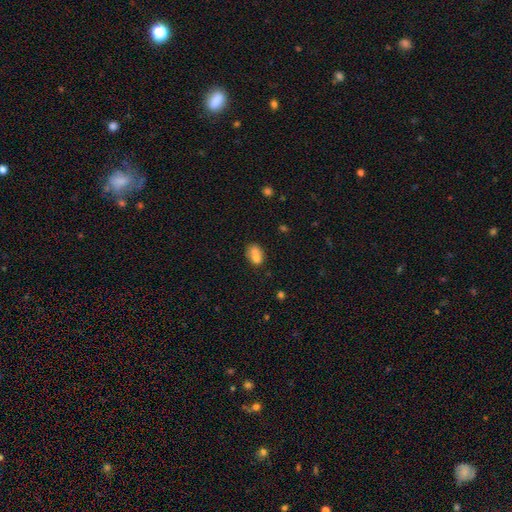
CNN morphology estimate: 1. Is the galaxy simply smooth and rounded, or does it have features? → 70% smooth, 20% featured or disk, 10% star or artifact.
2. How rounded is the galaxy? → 61% in between, 37% round, 1% cigar-shaped.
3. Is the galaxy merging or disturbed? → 54% merger, 30% none, 11% minor disturbance, 5% major disturbance.